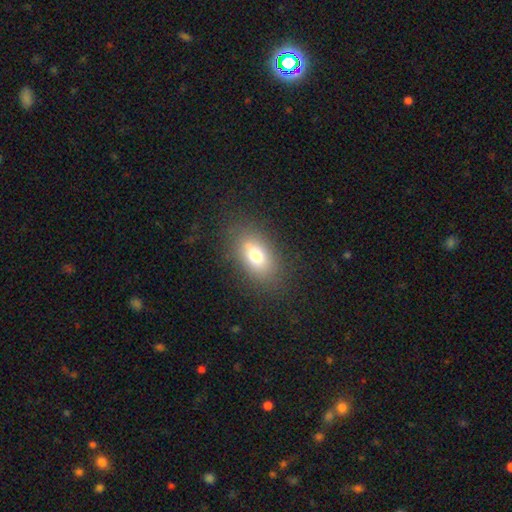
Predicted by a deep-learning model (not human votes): The model was most divided on "smooth or featured": smooth: 73%, featured or disk: 16%, star or artifact: 12%. More confident: how rounded — in between (83%); merging — none (78%).